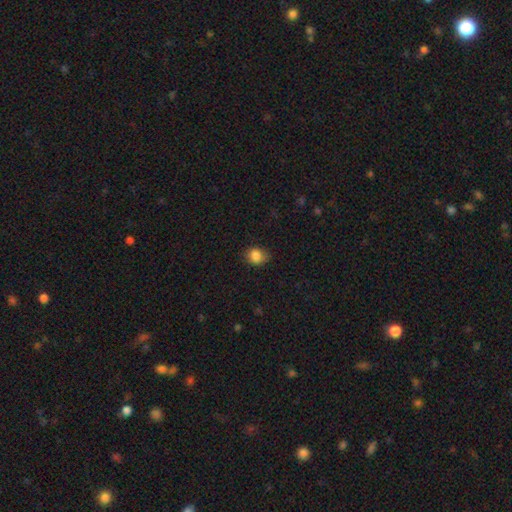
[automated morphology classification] Overall: smooth (85%). How rounded: round (59%; in between 40%). Merging: none (71%).